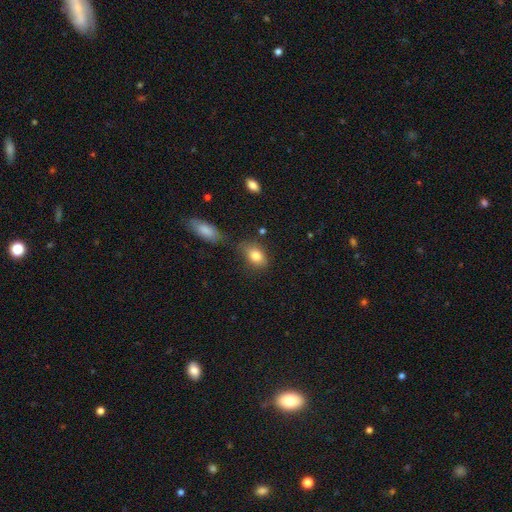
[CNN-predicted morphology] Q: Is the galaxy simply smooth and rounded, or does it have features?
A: smooth — 82%.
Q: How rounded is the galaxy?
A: in between — 81%.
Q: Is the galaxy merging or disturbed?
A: none — 65%.